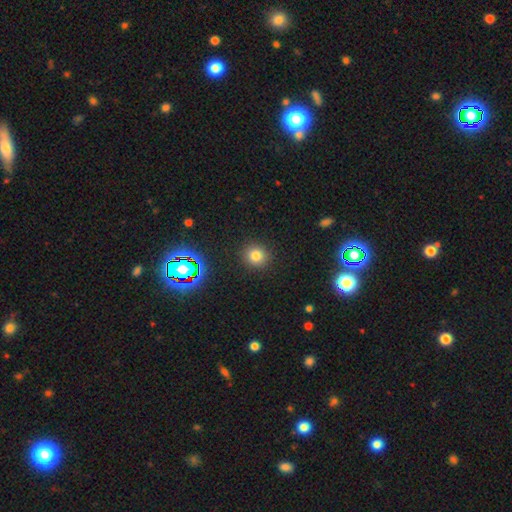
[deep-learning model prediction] Q: Smooth or featured?
A: smooth (75%); runner-up: star or artifact (18%)
Q: How rounded?
A: round (91%); runner-up: in between (8%)
Q: Merging?
A: none (91%); runner-up: minor disturbance (6%)